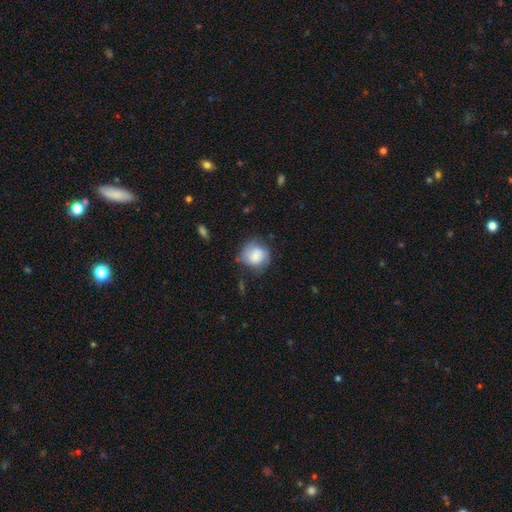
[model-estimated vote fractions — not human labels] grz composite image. It shows a smooth galaxy with no disk features (65%) that is round (79%). Merging: none (59%).